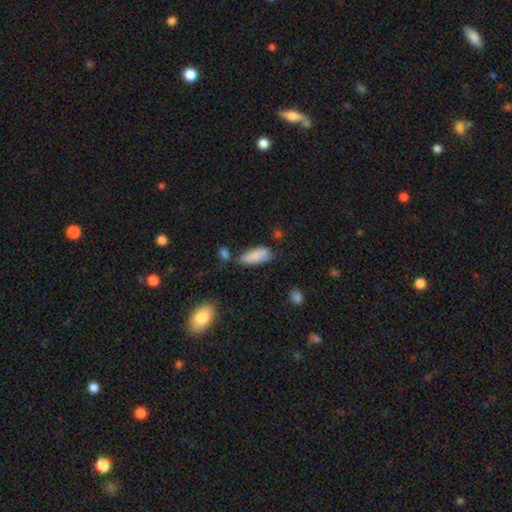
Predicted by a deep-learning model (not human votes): This is clearly a smooth galaxy (86%). How rounded: likely in between (74%). Merging: possibly none (57%).